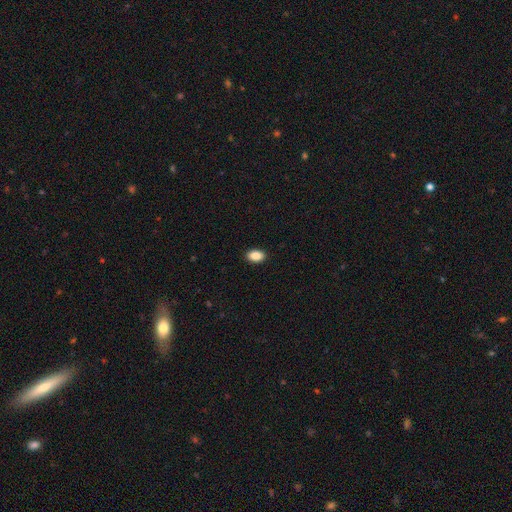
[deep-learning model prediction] The model was most divided on "how rounded": in between: 89%, round: 9%, cigar-shaped: 1%. More confident: merging — none (91%); smooth or featured — smooth (89%).